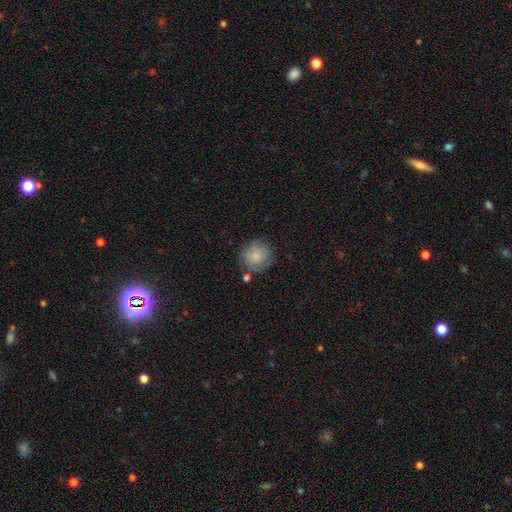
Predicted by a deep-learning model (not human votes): smooth 80%, featured or disk 13%, star or artifact 7%. Down the decision tree: how rounded — round (89%); merging — none (72%).